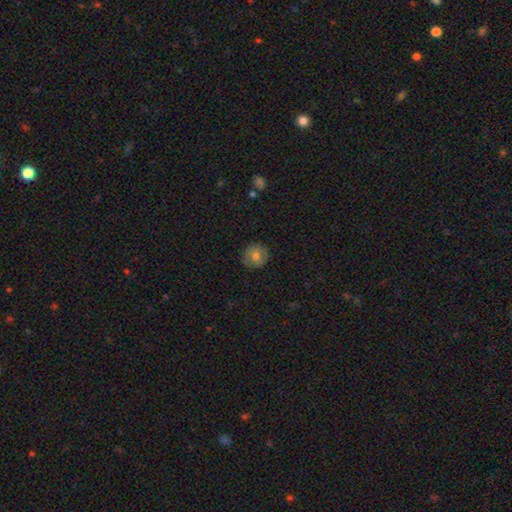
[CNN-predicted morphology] smooth 72%, featured or disk 19%, star or artifact 9%. Down the decision tree: how rounded — round (90%); merging — none (85%).